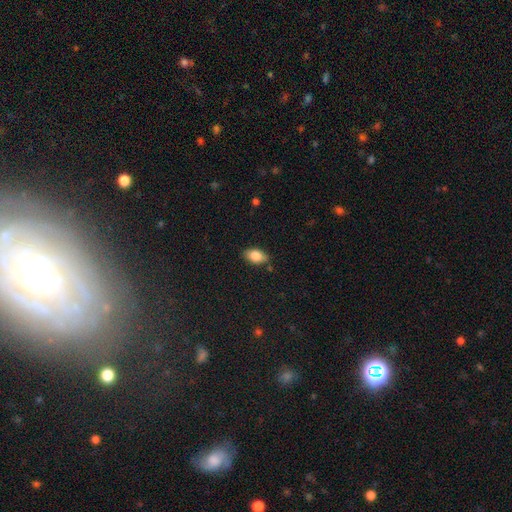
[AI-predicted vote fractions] smooth 84%, featured or disk 9%, star or artifact 8%. Down the decision tree: how rounded — in between (91%); merging — none (81%).